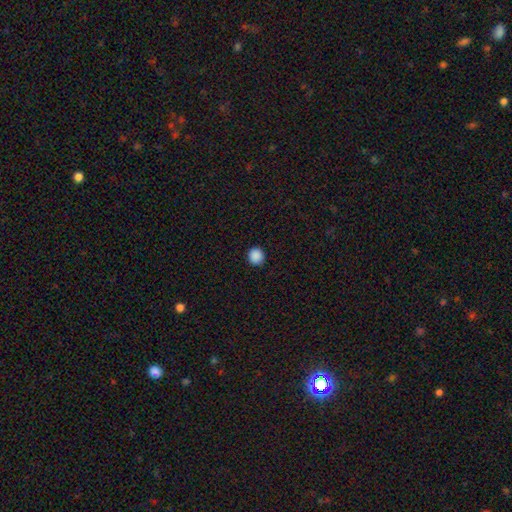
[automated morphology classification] A smooth galaxy with no disk features (88%) that is round (90%).

Vote fractions:
- Smooth or featured? smooth: 88% / star or artifact: 10% / featured or disk: 2%
- How rounded? round: 90% / in between: 9% / cigar-shaped: 1%
- Merging? none: 92% / minor disturbance: 5% / major disturbance: 2% / merger: 1%